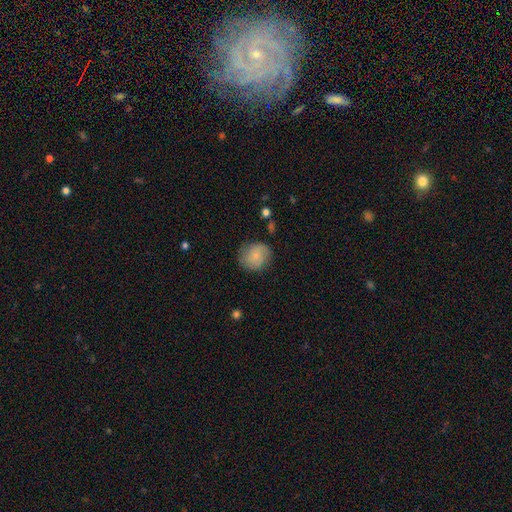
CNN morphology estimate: This appears to be a smooth galaxy with no disk features (74%) that is round (79%). Merging: none (75%).